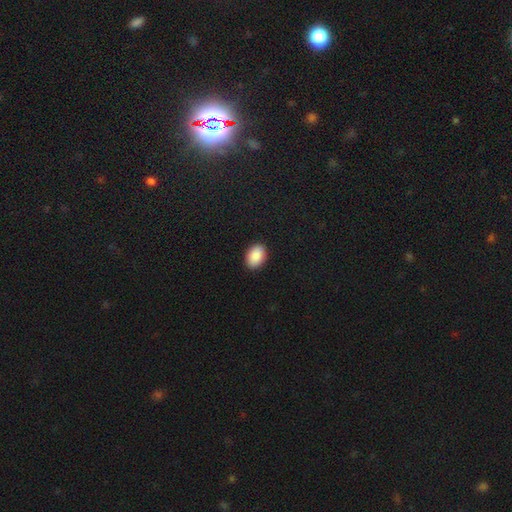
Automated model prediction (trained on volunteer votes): Smooth or featured? Predicted: smooth (p=0.90). How rounded? Predicted: in between (p=0.85). Merging? Predicted: none (p=0.90).